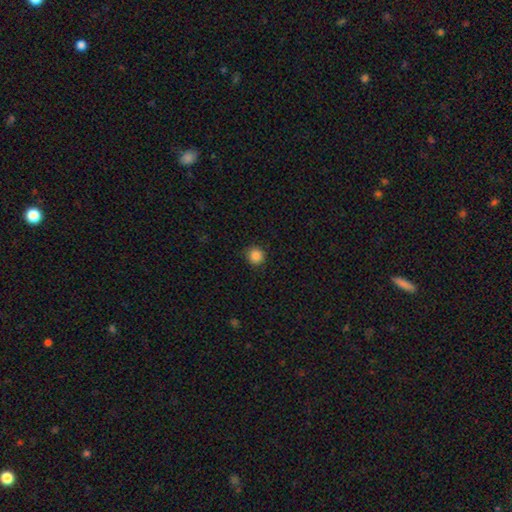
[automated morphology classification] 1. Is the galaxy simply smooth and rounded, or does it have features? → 86% smooth, 11% star or artifact, 3% featured or disk.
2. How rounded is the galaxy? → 94% round, 5% in between, 1% cigar-shaped.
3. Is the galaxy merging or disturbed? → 90% none, 7% minor disturbance, 2% major disturbance, 1% merger.